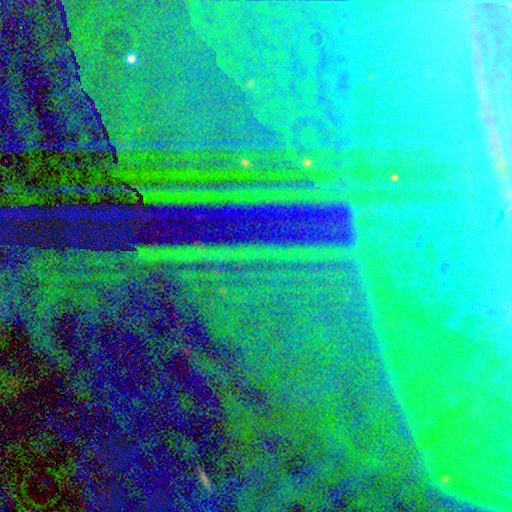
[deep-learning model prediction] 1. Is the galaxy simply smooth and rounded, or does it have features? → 87% star or artifact, 8% featured or disk, 6% smooth.